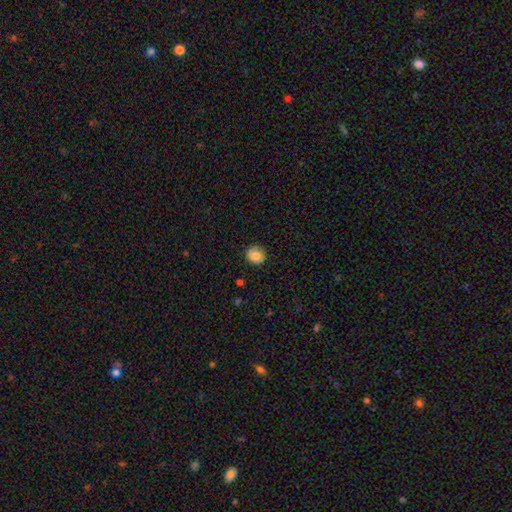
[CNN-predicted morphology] Smooth or featured? smooth (81%)
How rounded? round (89%)
Merging? none (81%)